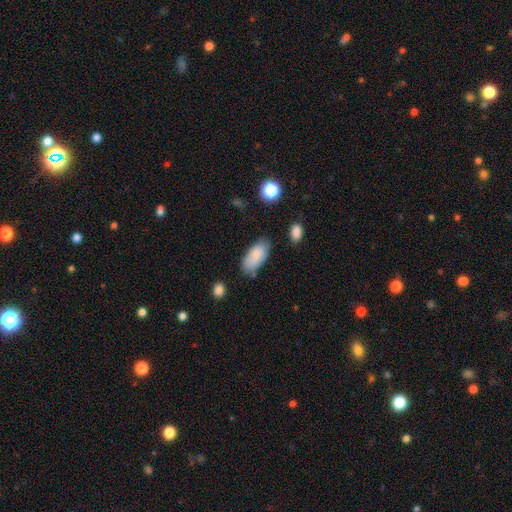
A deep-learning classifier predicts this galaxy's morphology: A smooth galaxy with no disk features (84%) that is in between round and cigar-shaped (91%). Merging: none (69%).